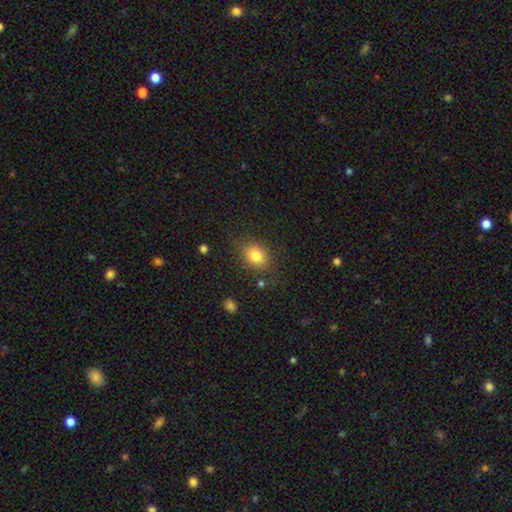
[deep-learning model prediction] Q: Smooth or featured?
A: smooth (81%); runner-up: star or artifact (11%)
Q: How rounded?
A: in between (55%); runner-up: round (44%)
Q: Merging?
A: none (78%); runner-up: minor disturbance (14%)